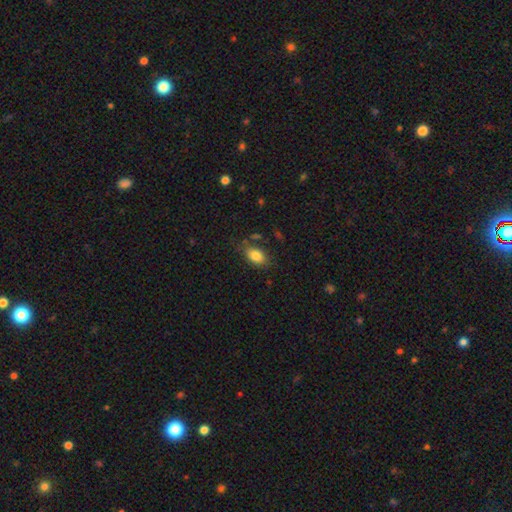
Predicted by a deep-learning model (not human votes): Q: Smooth or featured?
A: smooth (82%); runner-up: featured or disk (10%)
Q: How rounded?
A: in between (88%); runner-up: round (10%)
Q: Merging?
A: none (73%); runner-up: minor disturbance (18%)